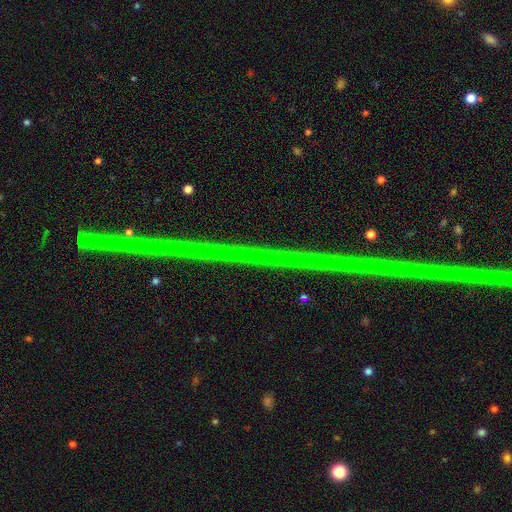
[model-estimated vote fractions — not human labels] Smooth or featured?
  - star or artifact: 86% *
  - featured or disk: 10%
  - smooth: 4%